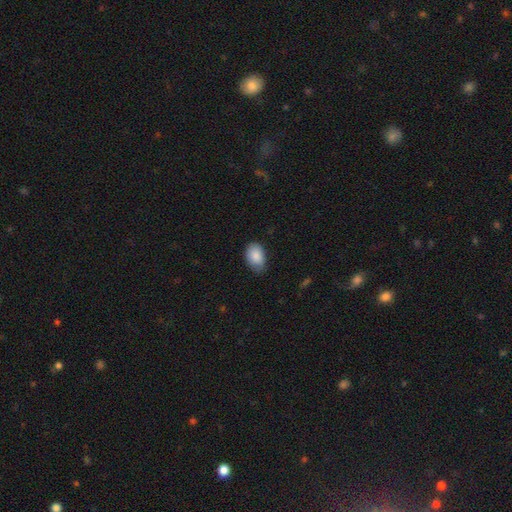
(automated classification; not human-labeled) A smooth galaxy with no disk features (87%) that is in between round and cigar-shaped (86%).

Vote fractions:
- Smooth or featured? smooth: 87% / star or artifact: 7% / featured or disk: 6%
- How rounded? in between: 86% / round: 13% / cigar-shaped: 1%
- Merging? none: 66% / minor disturbance: 29% / major disturbance: 4% / merger: 1%